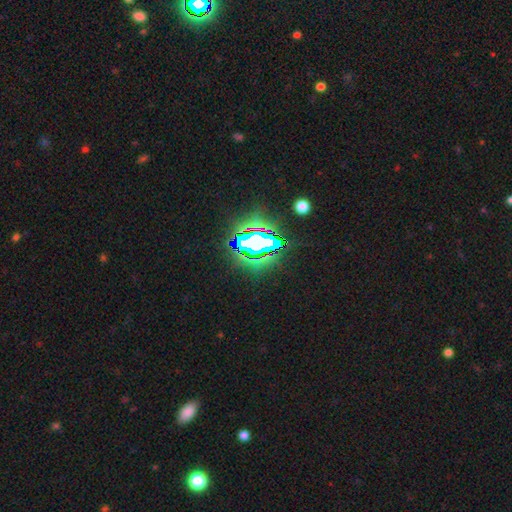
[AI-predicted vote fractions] star or artifact 82%, smooth 11%, featured or disk 7%.